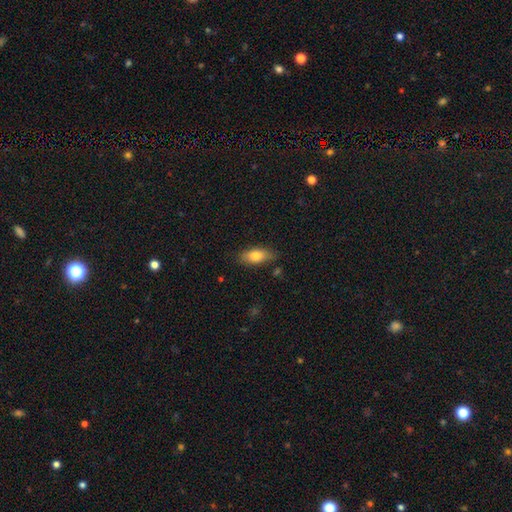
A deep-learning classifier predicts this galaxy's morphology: This is likely a smooth galaxy (76%). How rounded: clearly in between (82%). Merging: clearly none (80%).